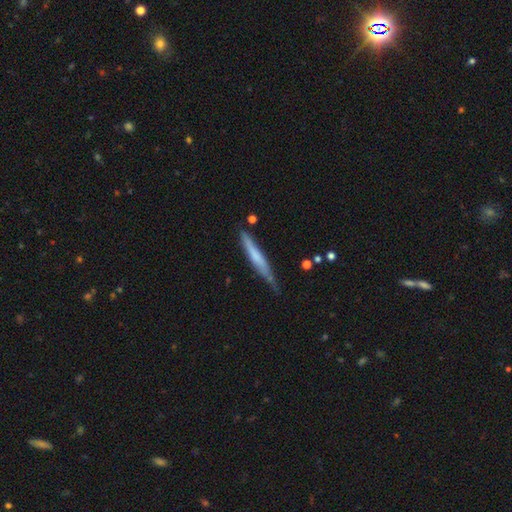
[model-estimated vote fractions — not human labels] The model was most divided on "smooth or featured": smooth: 52%, featured or disk: 42%, star or artifact: 6%. More confident: how rounded — cigar-shaped (94%); merging — none (60%).